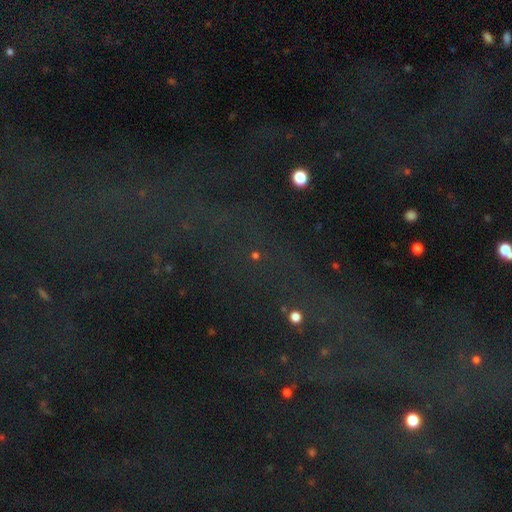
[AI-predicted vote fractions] Smooth or featured? star or artifact (68%)